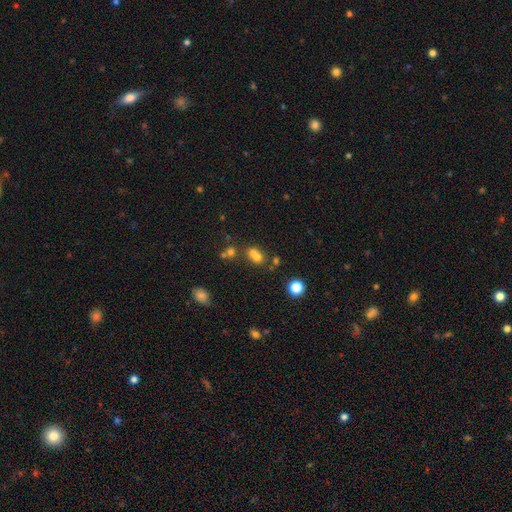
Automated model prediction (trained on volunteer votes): This appears to be a smooth galaxy with no disk features (67%) that is in between round and cigar-shaped (52%). Merging: merger (52%).